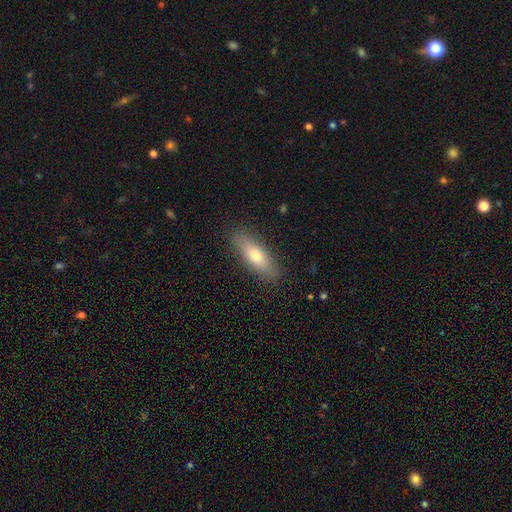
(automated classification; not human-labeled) Smooth or featured?
  - smooth: 68% *
  - featured or disk: 26%
  - star or artifact: 6%
How rounded?
  - in between: 49% *
  - cigar-shaped: 48%
  - round: 3%
Merging?
  - none: 87% *
  - minor disturbance: 10%
  - major disturbance: 2%
  - merger: 1%